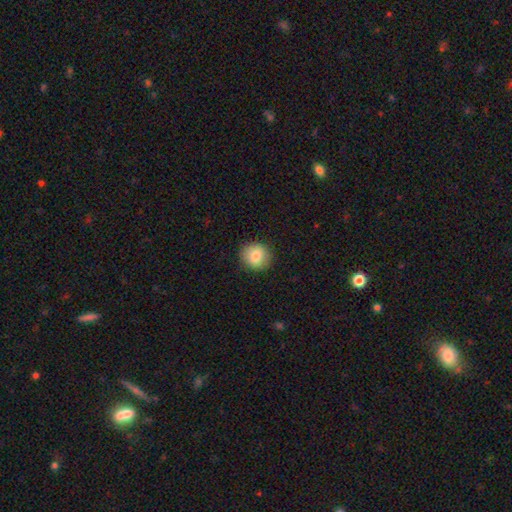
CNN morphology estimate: smooth 82%, featured or disk 10%, star or artifact 8%. Down the decision tree: how rounded — round (86%); merging — none (88%).